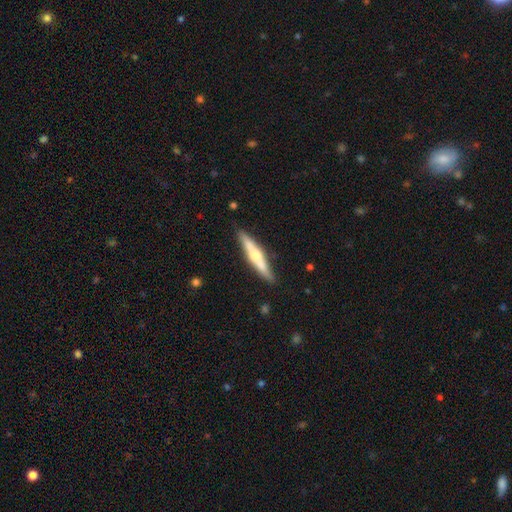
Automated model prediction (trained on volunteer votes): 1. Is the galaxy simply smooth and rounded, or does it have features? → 60% featured or disk, 35% smooth, 6% star or artifact.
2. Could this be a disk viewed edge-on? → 96% yes, 4% no.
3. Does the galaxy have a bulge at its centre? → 85% rounded, 9% none, 6% boxy.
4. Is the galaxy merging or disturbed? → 87% none, 10% minor disturbance, 2% major disturbance, 2% merger.